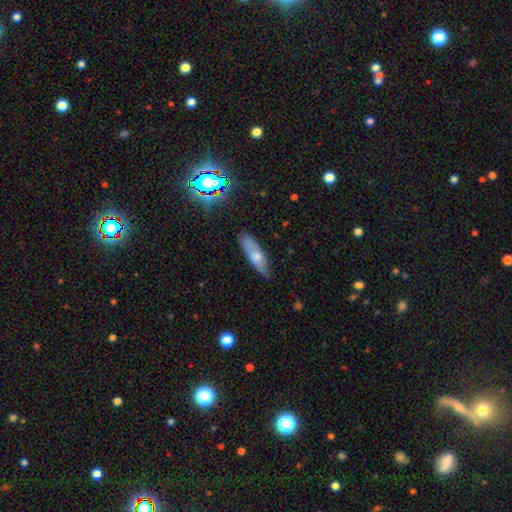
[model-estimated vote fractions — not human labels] smooth 62%, featured or disk 30%, star or artifact 8%. Down the decision tree: how rounded — cigar-shaped (53%); merging — none (73%).